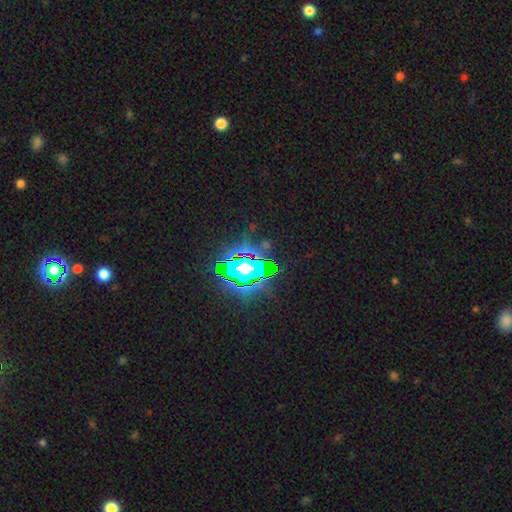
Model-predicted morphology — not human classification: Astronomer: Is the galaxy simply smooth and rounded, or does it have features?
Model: star or artifact — 82%.